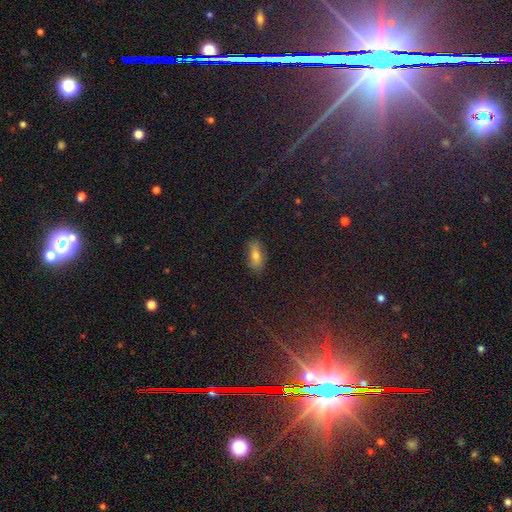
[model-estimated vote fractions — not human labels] A smooth galaxy with no disk features (64%) that is in between round and cigar-shaped (78%). Merging: none (85%).